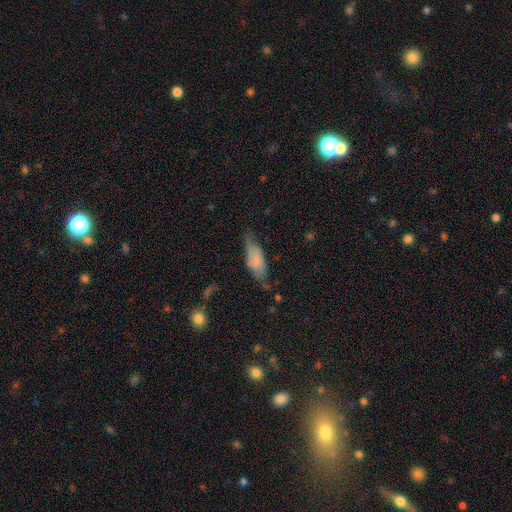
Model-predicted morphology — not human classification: A smooth galaxy with no disk features (62%) that is in between round and cigar-shaped (65%).

Vote fractions:
- Smooth or featured? smooth: 62% / featured or disk: 29% / star or artifact: 9%
- How rounded? in between: 65% / cigar-shaped: 32% / round: 3%
- Merging? none: 54% / minor disturbance: 32% / major disturbance: 12% / merger: 3%